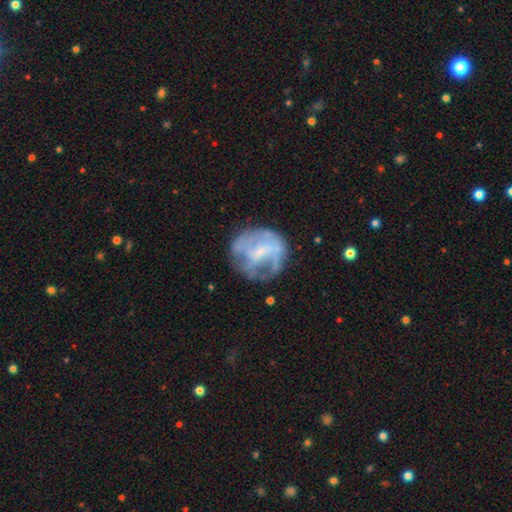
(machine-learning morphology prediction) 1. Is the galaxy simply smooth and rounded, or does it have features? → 63% featured or disk, 29% smooth, 8% star or artifact.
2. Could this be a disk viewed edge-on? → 97% no, 3% yes.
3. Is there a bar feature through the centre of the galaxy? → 43% weak, 38% no, 19% strong.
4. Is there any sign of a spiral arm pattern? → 54% no, 46% yes.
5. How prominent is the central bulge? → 44% small, 29% none, 23% moderate, 3% large, 1% dominant.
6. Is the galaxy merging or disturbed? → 54% none, 22% major disturbance, 21% minor disturbance, 3% merger.